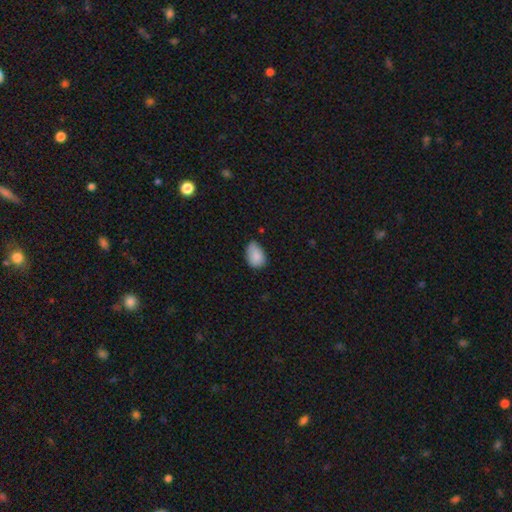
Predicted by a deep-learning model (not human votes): Q: Smooth or featured?
A: smooth (84%); runner-up: featured or disk (9%)
Q: How rounded?
A: in between (81%); runner-up: round (18%)
Q: Merging?
A: none (48%); runner-up: minor disturbance (42%)